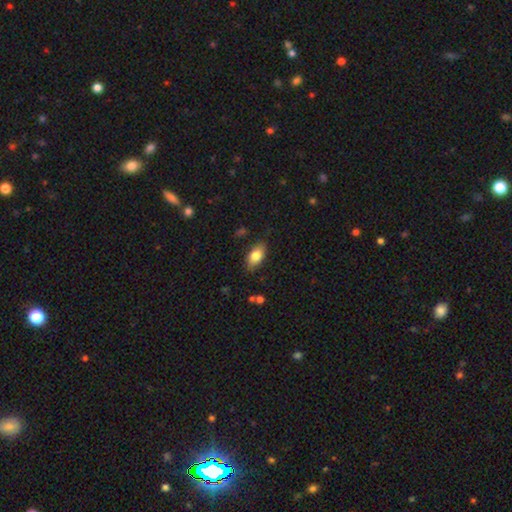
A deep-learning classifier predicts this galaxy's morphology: type=smooth (79%); roundness=in between (89%); merging=none (83%).